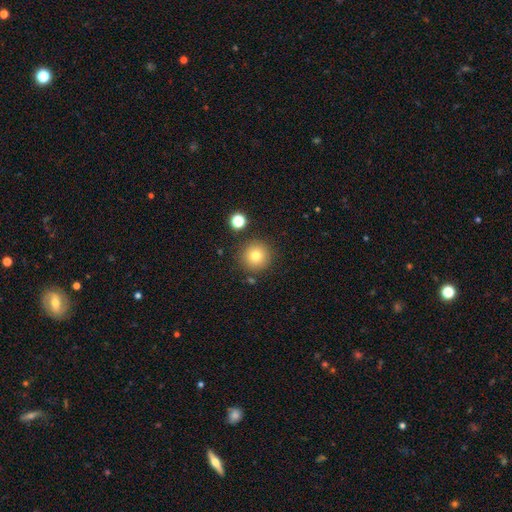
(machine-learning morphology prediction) smooth_or_featured: smooth (p=0.78) [alt: star or artifact p=0.12]
how_rounded: round (p=0.95) [alt: in between p=0.04]
merging: none (p=0.86) [alt: minor disturbance p=0.07]